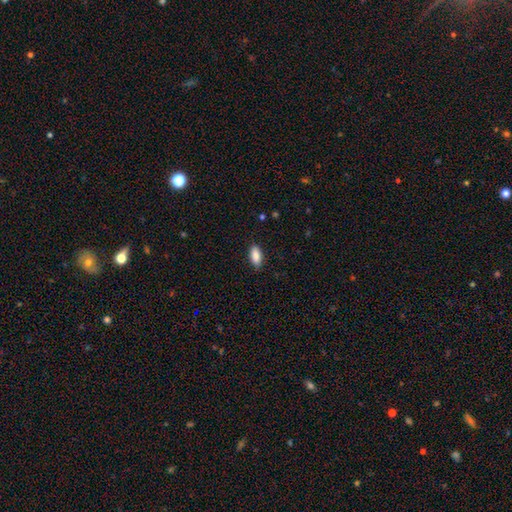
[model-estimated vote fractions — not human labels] smooth 88%, star or artifact 7%, featured or disk 5%. Down the decision tree: how rounded — in between (88%); merging — none (86%).